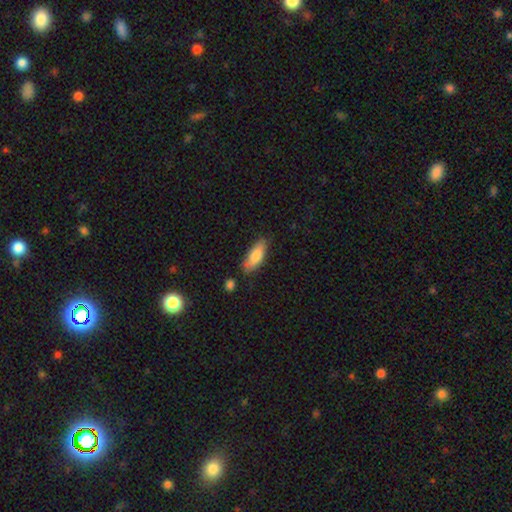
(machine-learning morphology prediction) Q: Smooth or featured?
A: smooth (79%); runner-up: featured or disk (15%)
Q: How rounded?
A: in between (66%); runner-up: cigar-shaped (32%)
Q: Merging?
A: none (76%); runner-up: minor disturbance (17%)